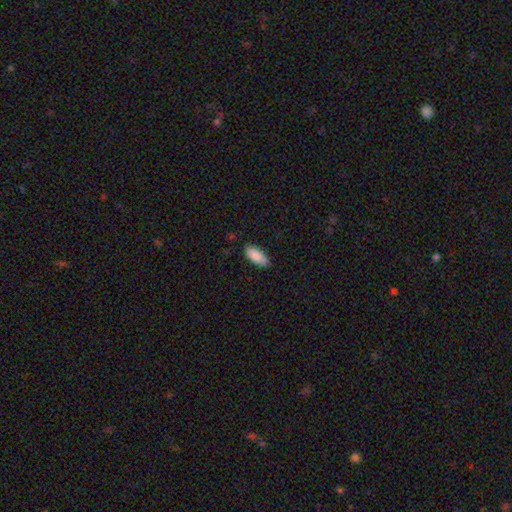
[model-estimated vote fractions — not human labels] smooth-or-featured: smooth: 88% | featured or disk: 6% | star or artifact: 6%
  how-rounded: in between: 82% | cigar-shaped: 16% | round: 2%
  merging: none: 82% | minor disturbance: 14% | major disturbance: 2% | merger: 1%